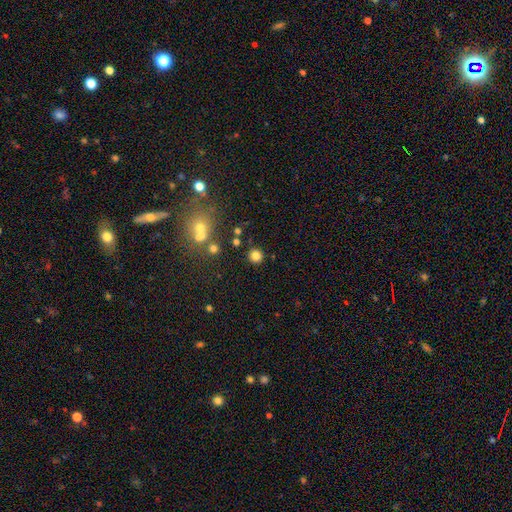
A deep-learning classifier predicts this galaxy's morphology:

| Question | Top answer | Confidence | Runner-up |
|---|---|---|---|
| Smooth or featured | smooth | 80% | star or artifact (14%) |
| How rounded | round | 93% | in between (6%) |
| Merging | none | 86% | minor disturbance (6%) |